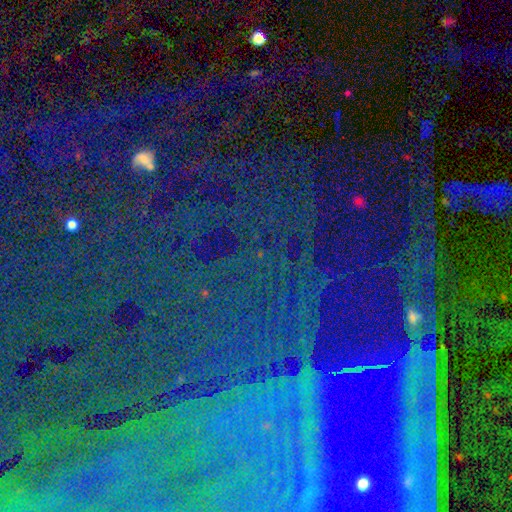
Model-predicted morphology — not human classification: This is likely a star or artifact rather than a galaxy (80%).